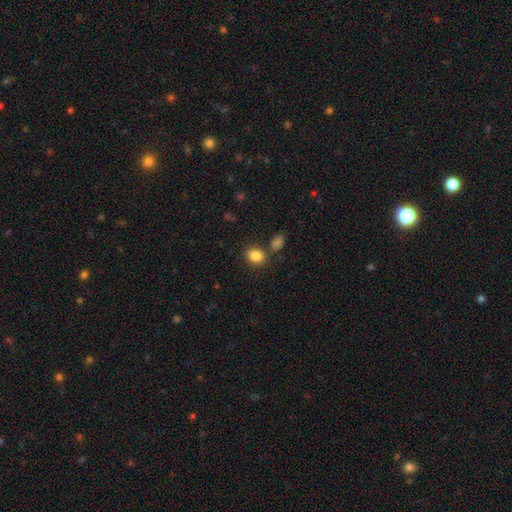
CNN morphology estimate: Smooth or featured? smooth (86%)
How rounded? in between (53%)
Merging? none (74%)